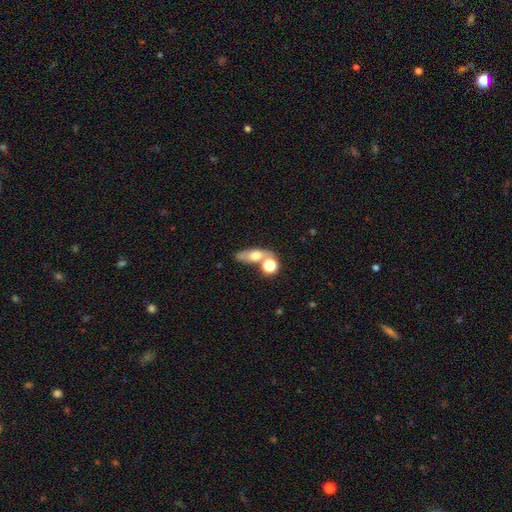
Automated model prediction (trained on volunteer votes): The model was most divided on "merging": none: 48%, merger: 33%, minor disturbance: 12%, major disturbance: 7%. More confident: smooth or featured — smooth (59%); how rounded — in between (58%).